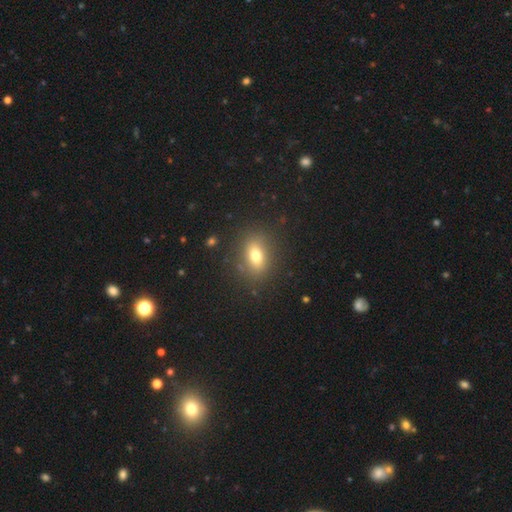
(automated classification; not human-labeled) Morphology: type=smooth (73%); roundness=in between (71%); merging=none (84%).